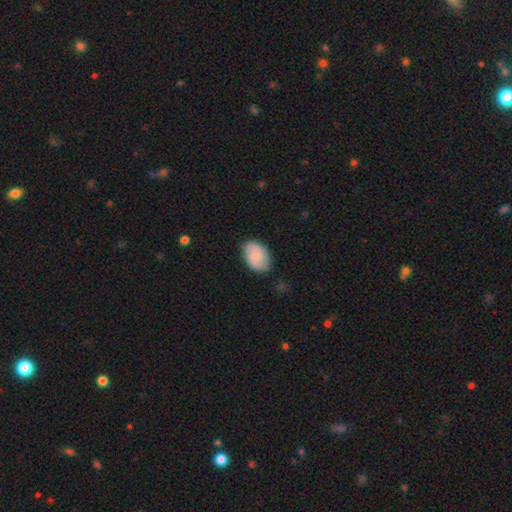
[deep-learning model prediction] Smooth or featured? smooth (66%)
How rounded? in between (89%)
Merging? none (79%)